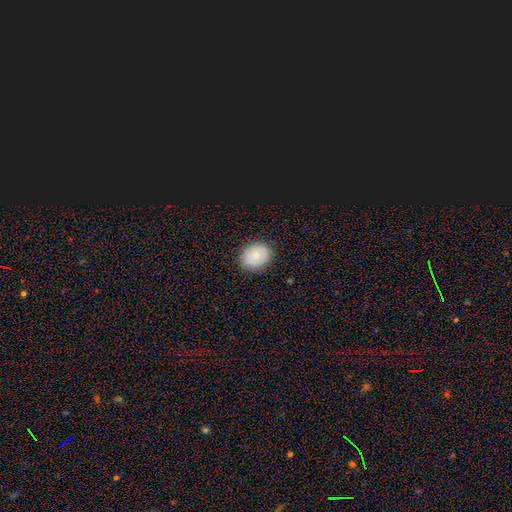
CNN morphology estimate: The model was most divided on "how rounded": in between: 51%, round: 48%, cigar-shaped: 1%. More confident: merging — none (87%); smooth or featured — smooth (82%).